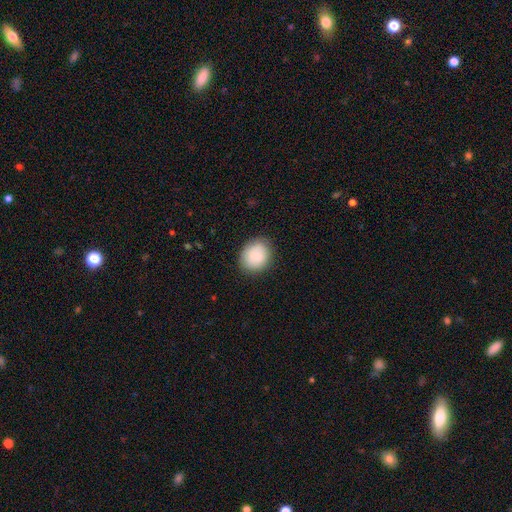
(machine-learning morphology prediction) This is clearly a smooth galaxy (83%). How rounded: likely round (61%). Merging: clearly none (83%).